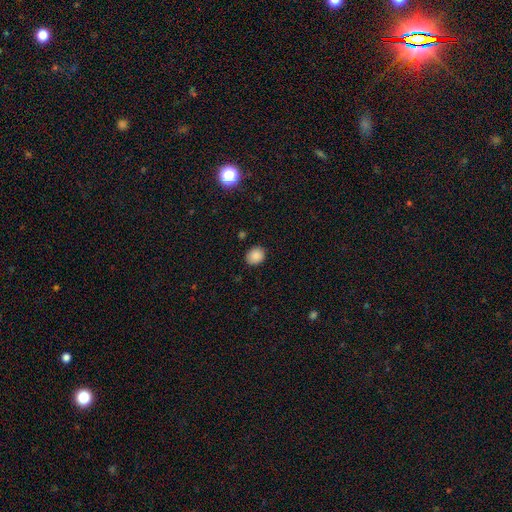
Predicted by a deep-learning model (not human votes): This appears to be a smooth galaxy with no disk features (87%) that is round (58%). Merging: none (86%).